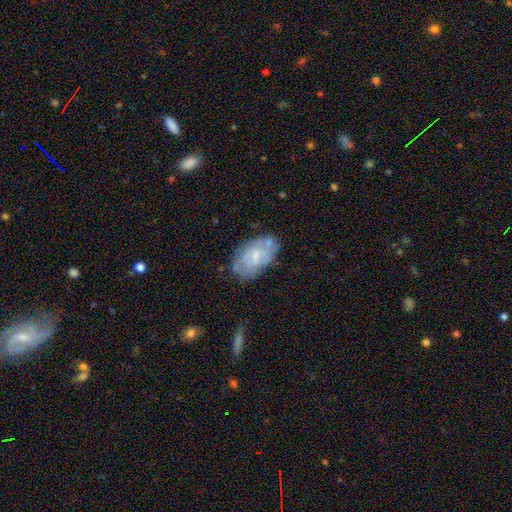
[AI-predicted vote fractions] Smooth or featured? Predicted: featured or disk (p=0.53). Edge-on disk? Predicted: no (p=0.95). Bar? Predicted: no (p=0.66). Spiral arms? Predicted: yes (p=0.53). Bulge size? Predicted: small (p=0.51). Merging? Predicted: none (p=0.63).